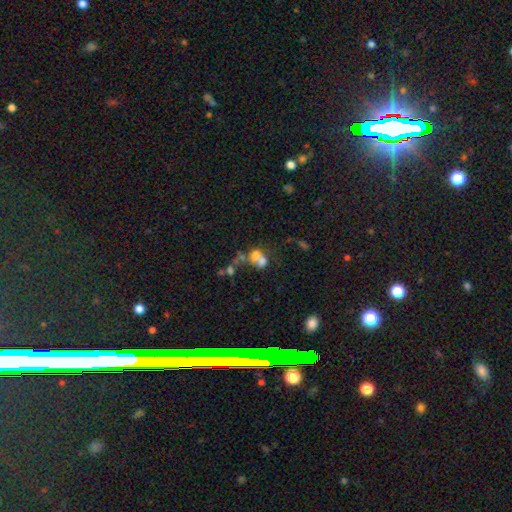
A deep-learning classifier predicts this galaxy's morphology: Smooth or featured? Predicted: smooth (p=0.59). How rounded? Predicted: round (p=0.63). Merging? Predicted: merger (p=0.64).